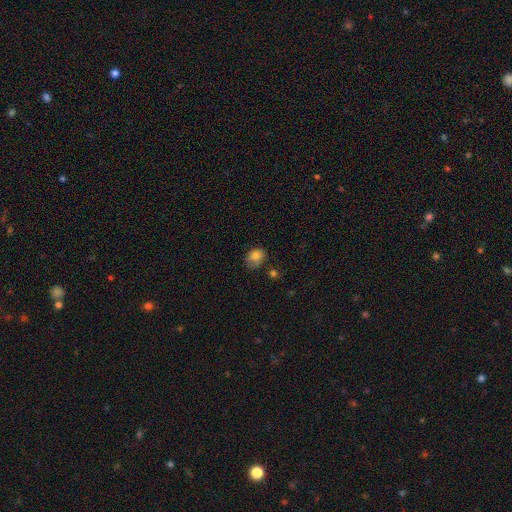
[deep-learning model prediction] This is likely a smooth galaxy (77%). How rounded: possibly in between (56%). Merging: possibly none (50%).